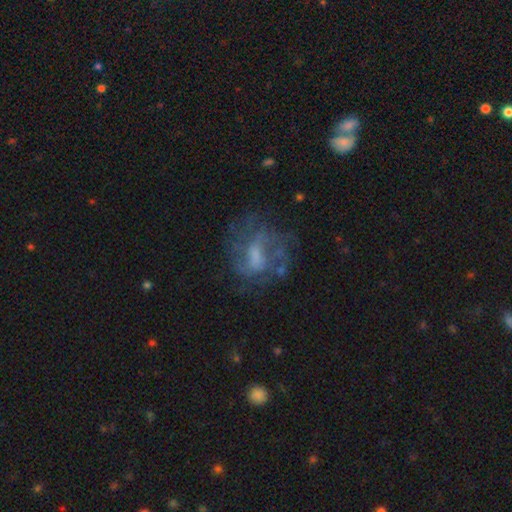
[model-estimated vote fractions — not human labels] Morphology: type=featured or disk (67%); edge-on=no (96%); bar=weak (50%); spiral arms=yes (73%); bulge=moderate (36%); merging=none (56%).